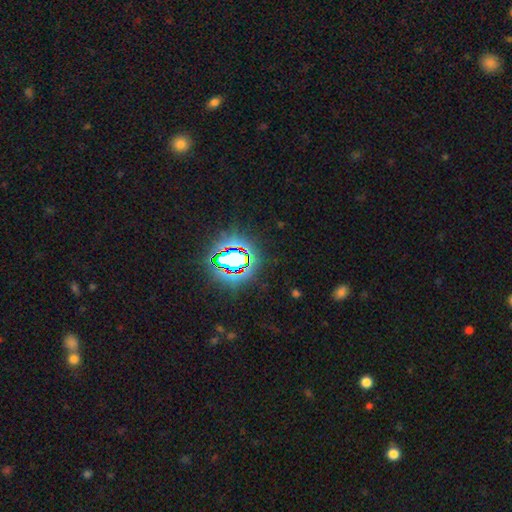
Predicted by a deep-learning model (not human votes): A star or artifact, not a galaxy (82%).

Vote fractions:
- Smooth or featured? star or artifact: 82% / smooth: 11% / featured or disk: 7%